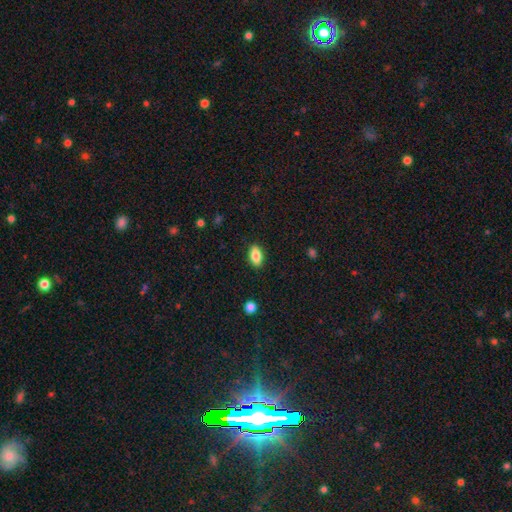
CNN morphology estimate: This is clearly a smooth galaxy (83%). How rounded: clearly in between (89%). Merging: clearly none (88%).